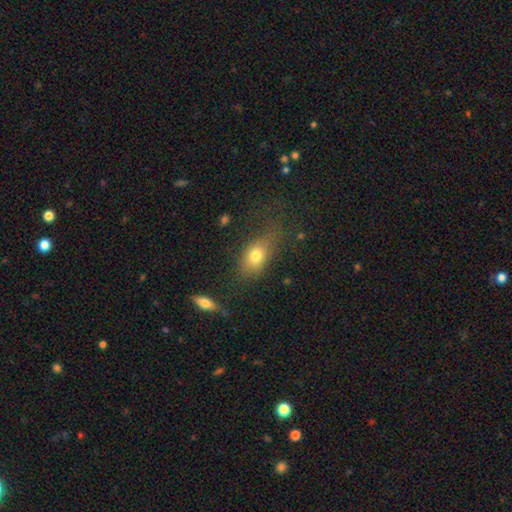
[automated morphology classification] type=smooth (76%); roundness=in between (79%); merging=none (52%).